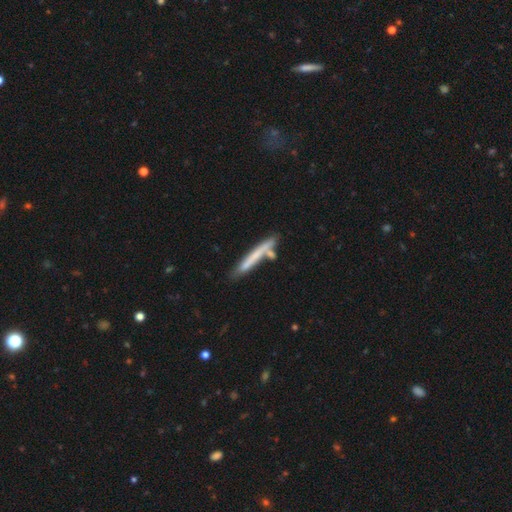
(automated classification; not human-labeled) Morphology: type=smooth (58%); roundness=cigar-shaped (95%); merging=none (68%).